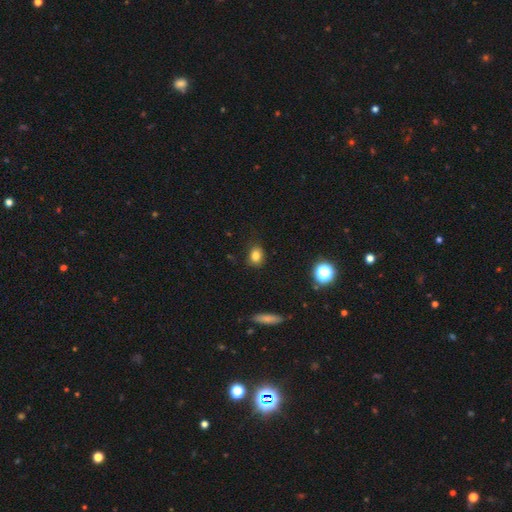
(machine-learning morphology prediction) The model was most divided on "how rounded": in between: 52%, round: 47%, cigar-shaped: 2%. More confident: smooth or featured — smooth (81%); merging — none (81%).